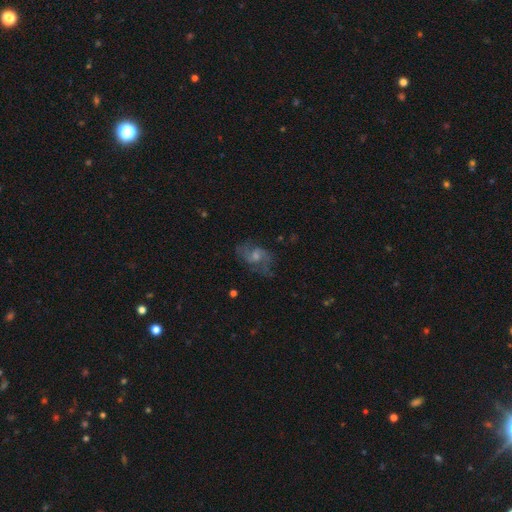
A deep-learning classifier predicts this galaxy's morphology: Smooth or featured? featured or disk (63%)
Edge-on disk? no (95%)
Bar? no (55%)
Spiral arms? yes (84%)
Spiral winding? medium (47%)
Spiral arm count? 2 (67%)
Bulge size? moderate (45%)
Merging? none (69%)